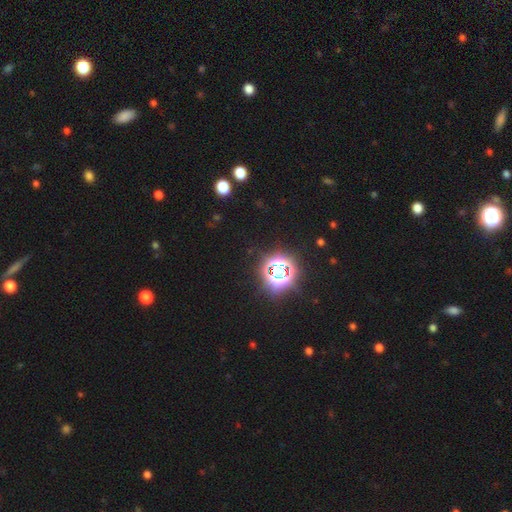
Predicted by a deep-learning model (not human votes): Smooth or featured? Predicted: star or artifact (p=0.82).